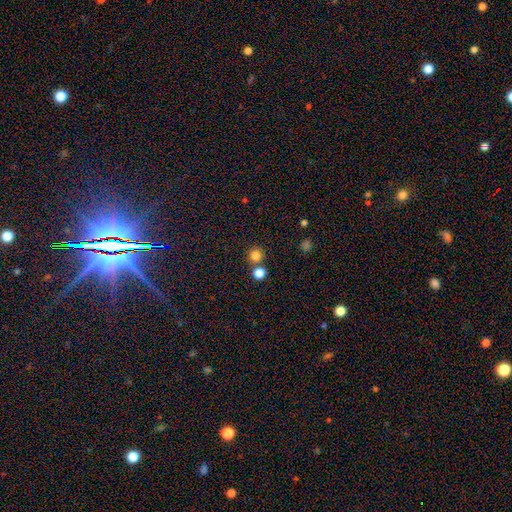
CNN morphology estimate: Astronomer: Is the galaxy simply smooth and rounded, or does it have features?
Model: smooth — 81%.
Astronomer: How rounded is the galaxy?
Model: round — 94%.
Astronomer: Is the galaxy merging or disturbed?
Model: none — 74%.